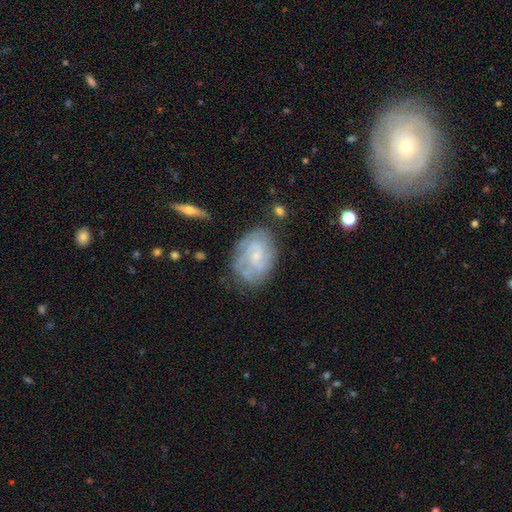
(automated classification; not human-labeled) This is likely a featured or disk galaxy (76%). It is clearly not viewed edge-on (97%). Bar: possibly no (60%). Spiral arm pattern: clearly yes (88%). Spiral arm count: marginally can't tell (39%). Spiral winding: possibly tight (56%). Central bulge: likely small (68%). Merging: likely none (67%).